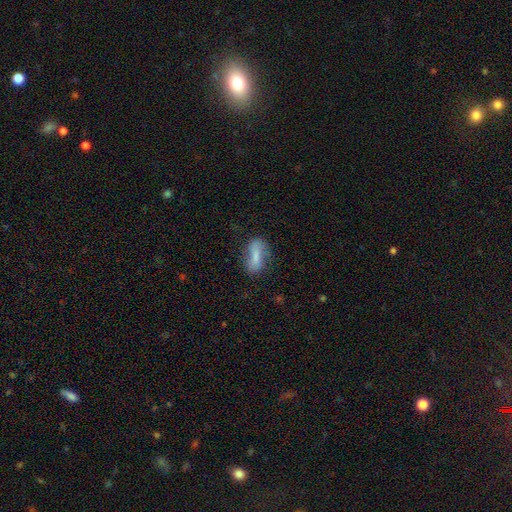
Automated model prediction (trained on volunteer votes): A smooth galaxy with no disk features (63%) that is in between round and cigar-shaped (75%). Merging: none (64%).